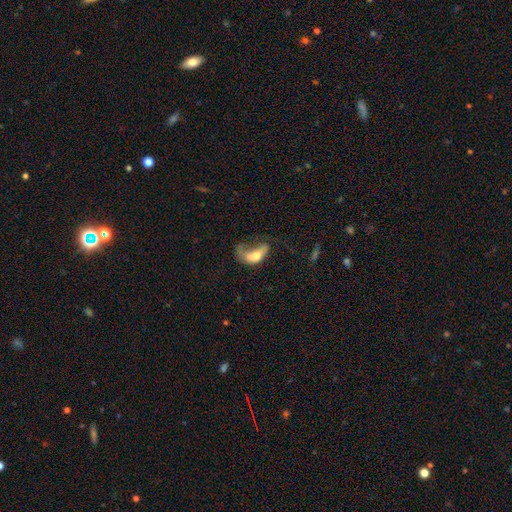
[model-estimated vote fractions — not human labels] Smooth or featured? smooth (57%)
How rounded? in between (82%)
Merging? major disturbance (52%)